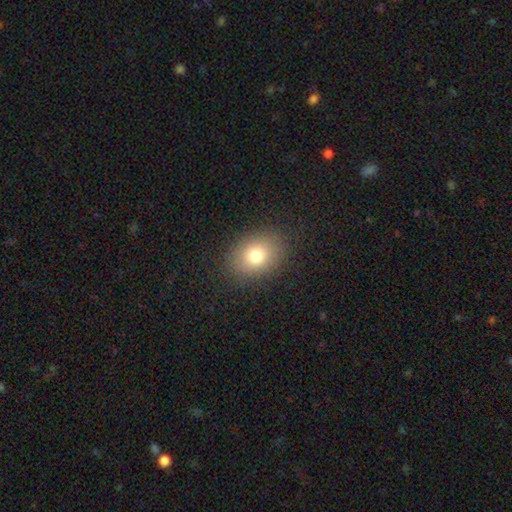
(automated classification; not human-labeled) Smooth or featured?
  - smooth: 77% *
  - star or artifact: 12%
  - featured or disk: 11%
How rounded?
  - in between: 62% *
  - round: 37%
  - cigar-shaped: 1%
Merging?
  - none: 85% *
  - minor disturbance: 10%
  - major disturbance: 4%
  - merger: 1%